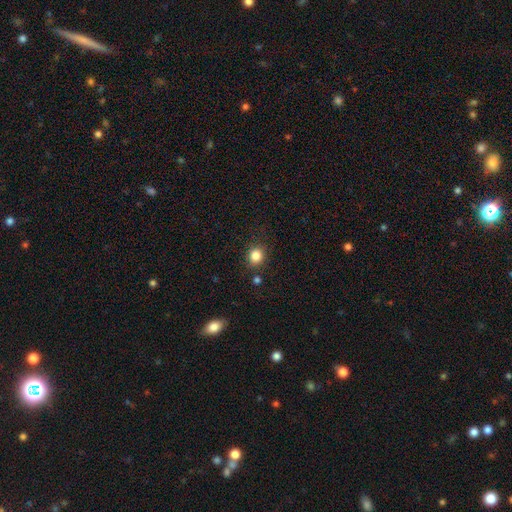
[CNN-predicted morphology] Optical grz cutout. It shows a smooth galaxy with no disk features (84%) that is round (77%). Merging: none (83%).